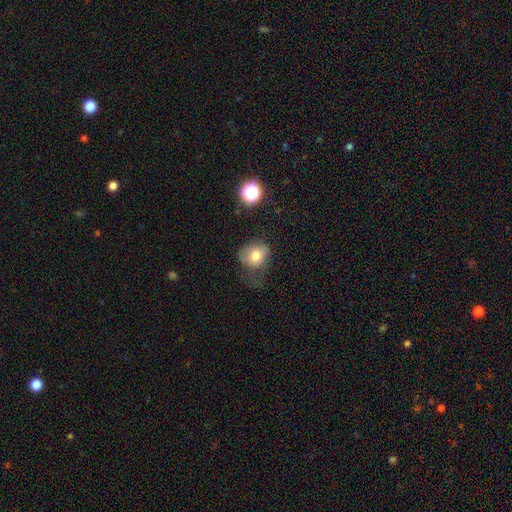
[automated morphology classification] Smooth or featured?
  - smooth: 76% *
  - featured or disk: 13%
  - star or artifact: 11%
How rounded?
  - round: 65% *
  - in between: 34%
  - cigar-shaped: 1%
Merging?
  - none: 38% *
  - minor disturbance: 32%
  - major disturbance: 27%
  - merger: 3%